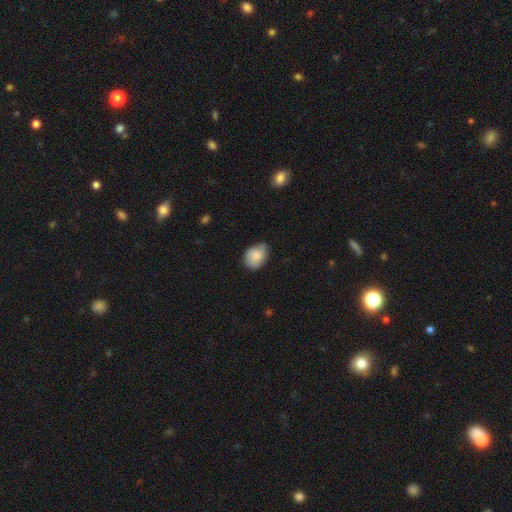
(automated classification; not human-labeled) This appears to be a smooth galaxy with no disk features (76%) that is in between round and cigar-shaped (62%). Merging: none (62%).